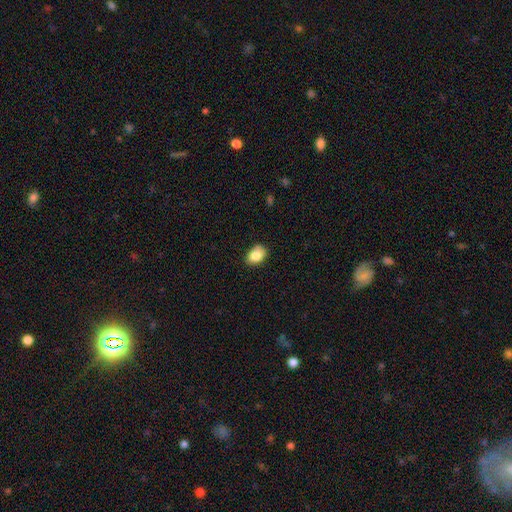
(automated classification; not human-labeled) Smooth or featured? Predicted: smooth (p=0.83). How rounded? Predicted: in between (p=0.80). Merging? Predicted: none (p=0.76).